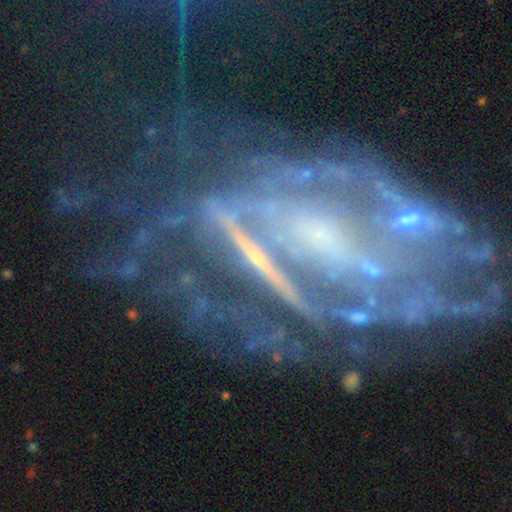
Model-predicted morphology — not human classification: A featured or disk galaxy (79%) with a strong bar (42%), spiral arms (67%) and a small central bulge (52%).

Vote fractions:
- Smooth or featured? featured or disk: 79% / star or artifact: 13% / smooth: 7%
- Edge-on disk? no: 88% / yes: 12%
- Bar? strong: 42% / no: 34% / weak: 24%
- Spiral arms? yes: 67% / no: 33%
- Bulge size? small: 52% / moderate: 23% / none: 18% / large: 5% / dominant: 3%
- Merging? none: 38% / major disturbance: 35% / minor disturbance: 18% / merger: 9%